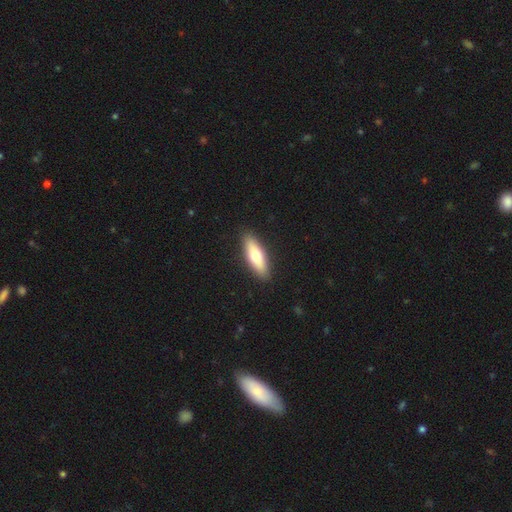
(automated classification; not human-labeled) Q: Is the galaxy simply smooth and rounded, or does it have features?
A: smooth — 64%.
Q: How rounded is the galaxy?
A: cigar-shaped — 52%.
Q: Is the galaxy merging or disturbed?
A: none — 90%.